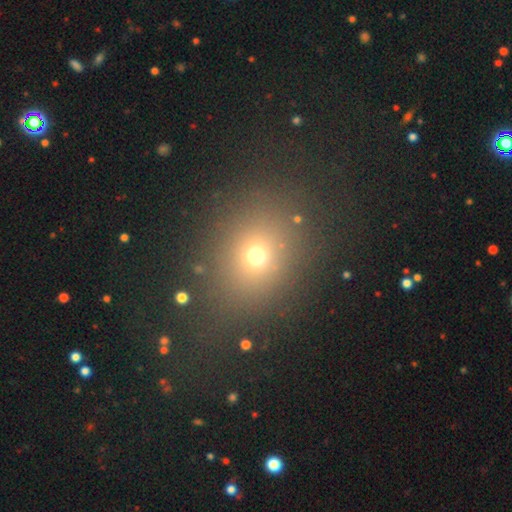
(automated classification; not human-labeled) The model was most divided on "how rounded": round: 60%, in between: 38%, cigar-shaped: 1%. More confident: merging — none (81%); smooth or featured — smooth (67%).